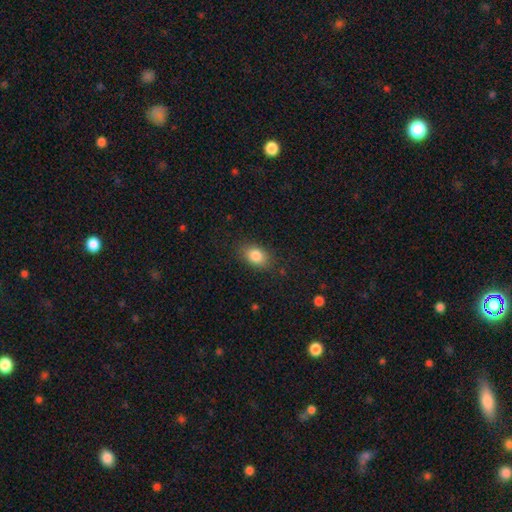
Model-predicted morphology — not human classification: This appears to be a smooth galaxy with no disk features (84%) that is in between round and cigar-shaped (78%). Merging: none (83%).